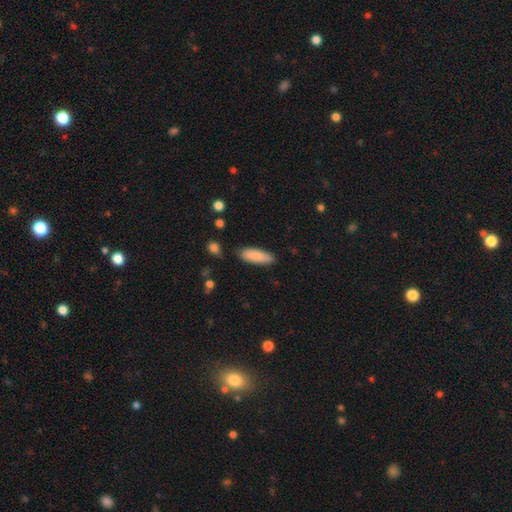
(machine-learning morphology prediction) This appears to be a smooth galaxy with no disk features (88%) that is in between round and cigar-shaped (58%). Merging: none (83%).